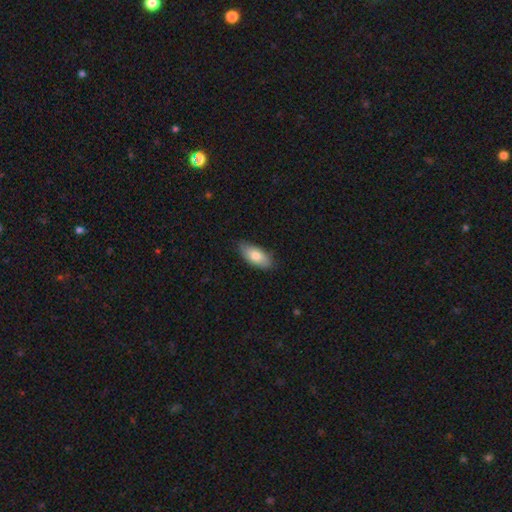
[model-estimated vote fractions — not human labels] Smooth or featured? Predicted: smooth (p=0.79). How rounded? Predicted: in between (p=0.88). Merging? Predicted: none (p=0.80).